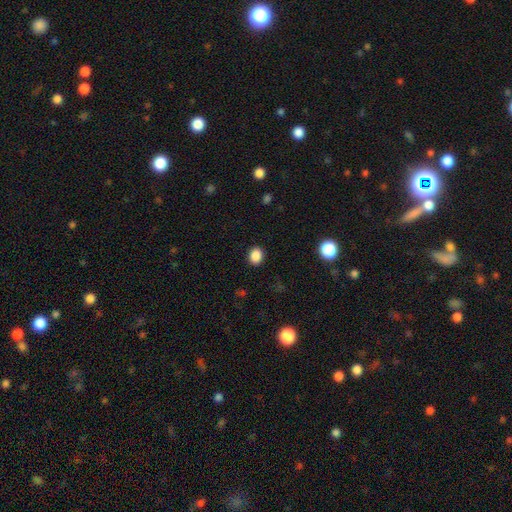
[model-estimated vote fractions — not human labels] Smooth or featured? smooth (87%)
How rounded? round (54%)
Merging? none (90%)